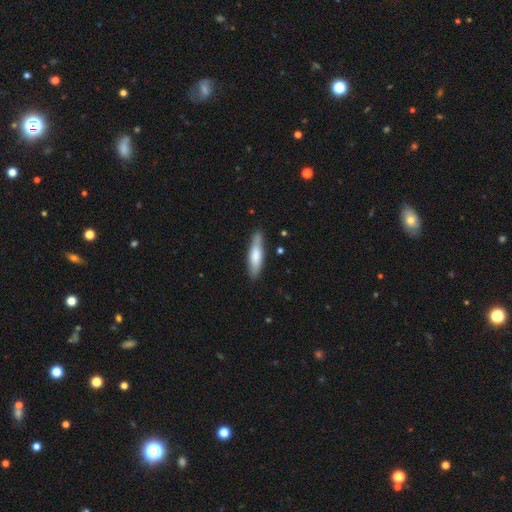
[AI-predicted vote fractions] smooth 70%, featured or disk 24%, star or artifact 5%. Down the decision tree: how rounded — cigar-shaped (72%); merging — none (81%).